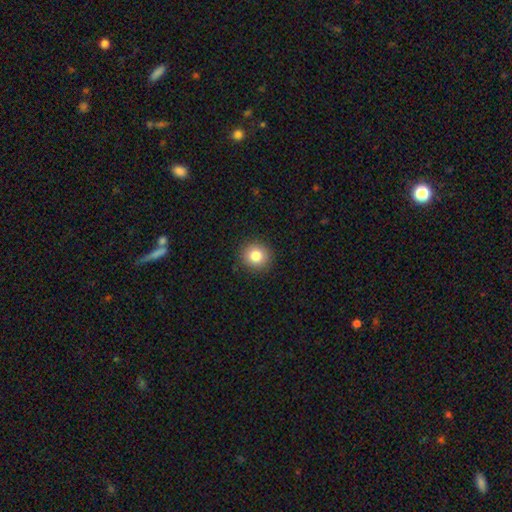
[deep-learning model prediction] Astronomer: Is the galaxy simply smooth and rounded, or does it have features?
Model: smooth — 83%.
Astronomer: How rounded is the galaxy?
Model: round — 91%.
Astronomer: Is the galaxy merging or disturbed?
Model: none — 91%.